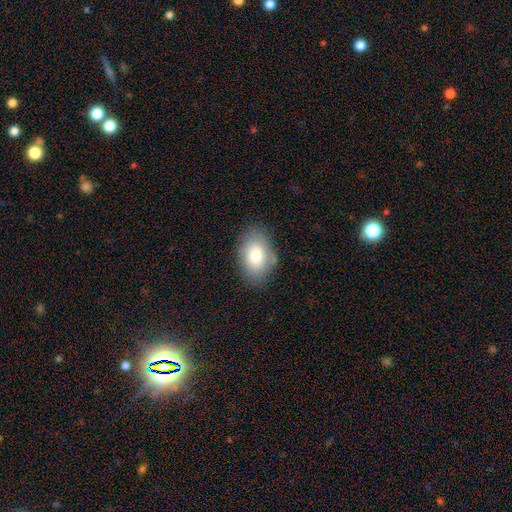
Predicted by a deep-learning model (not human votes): A smooth galaxy with no disk features (77%) that is in between round and cigar-shaped (85%). Merging: none (81%).